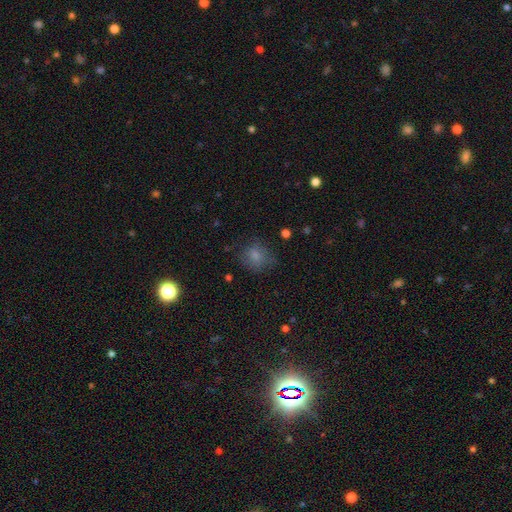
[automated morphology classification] type=smooth (78%); roundness=round (64%); merging=none (66%).